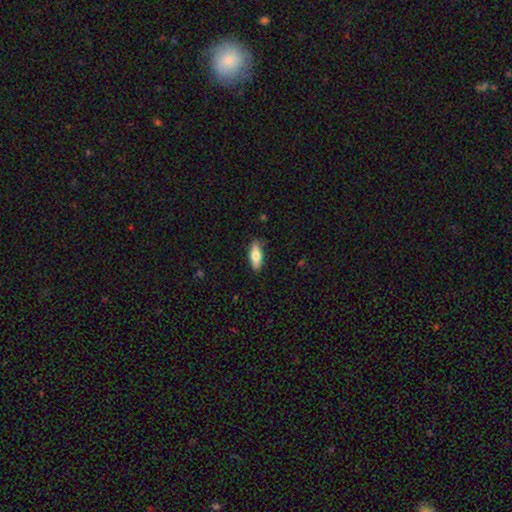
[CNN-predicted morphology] type=smooth (70%); roundness=in between (67%); merging=none (85%).